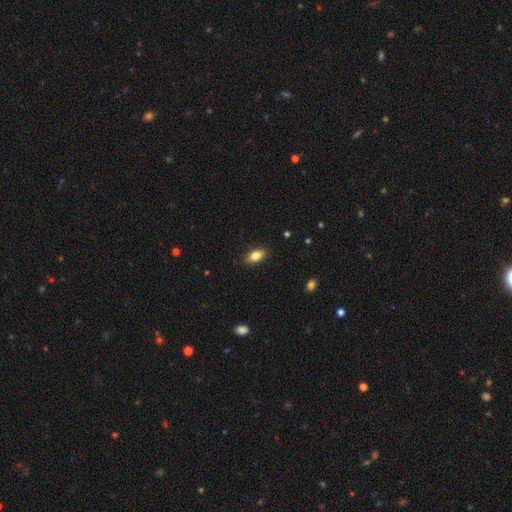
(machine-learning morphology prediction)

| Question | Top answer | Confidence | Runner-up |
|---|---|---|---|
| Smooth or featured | smooth | 85% | featured or disk (8%) |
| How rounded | in between | 90% | cigar-shaped (5%) |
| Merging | none | 88% | minor disturbance (9%) |